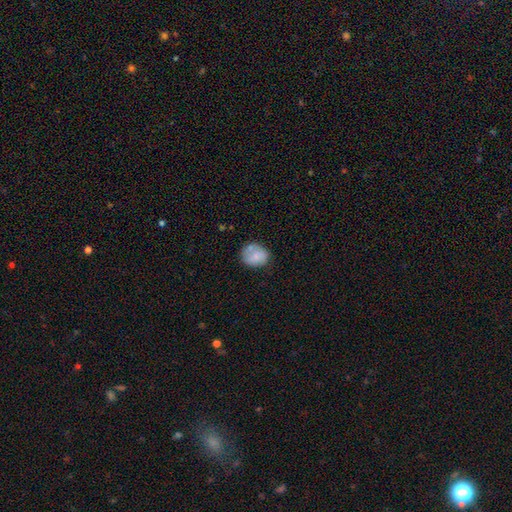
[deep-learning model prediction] Morphology: type=smooth (72%); roundness=round (65%); merging=none (61%).